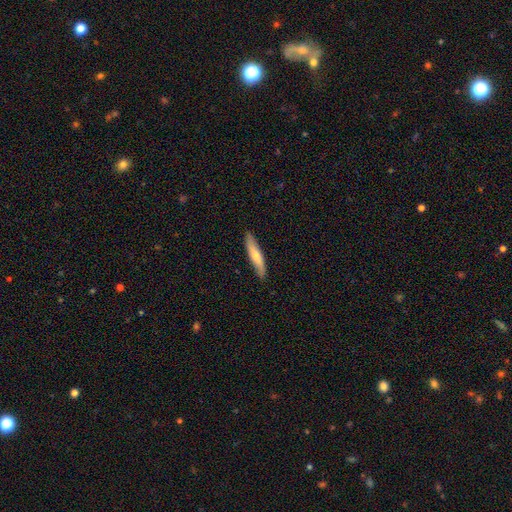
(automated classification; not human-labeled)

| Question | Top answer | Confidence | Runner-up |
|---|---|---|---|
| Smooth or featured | smooth | 61% | featured or disk (34%) |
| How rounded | cigar-shaped | 86% | in between (13%) |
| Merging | none | 86% | minor disturbance (11%) |